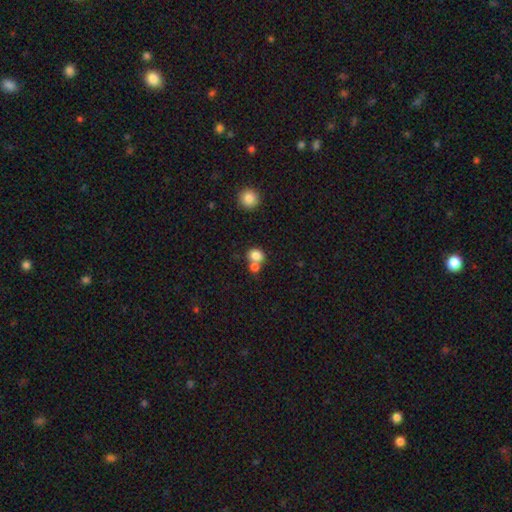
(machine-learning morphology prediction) smooth_or_featured: smooth (p=0.81) [alt: star or artifact p=0.10]
how_rounded: round (p=0.70) [alt: in between p=0.29]
merging: none (p=0.46) [alt: merger p=0.43]